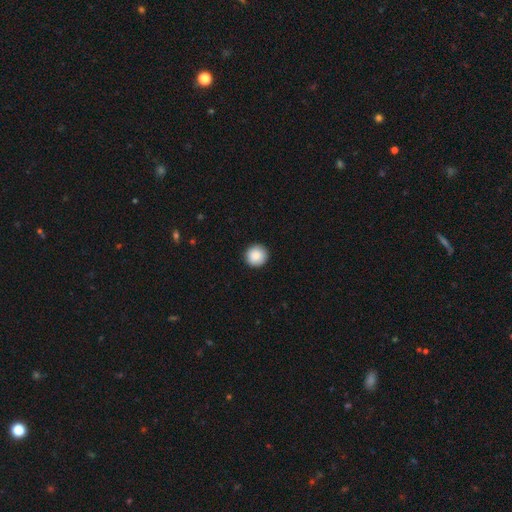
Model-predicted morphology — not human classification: This appears to be a smooth galaxy with no disk features (88%) that is round (96%). Merging: none (93%).